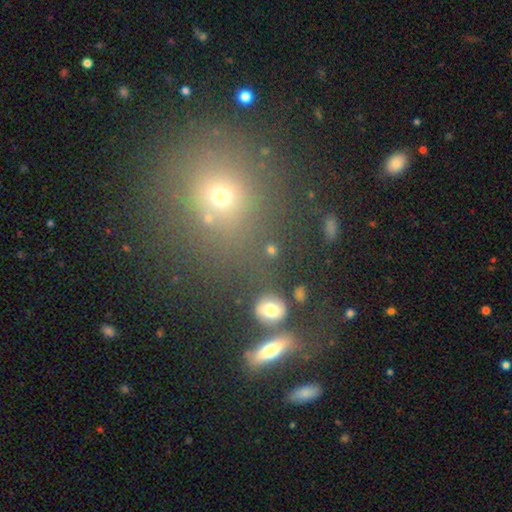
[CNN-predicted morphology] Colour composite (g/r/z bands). It shows a smooth galaxy with no disk features (53%) that is round (83%). Merging: none (71%).